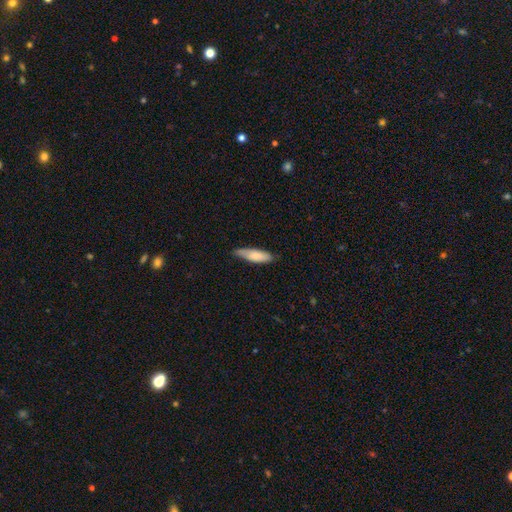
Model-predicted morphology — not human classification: type=smooth (81%); roundness=cigar-shaped (57%); merging=none (69%).